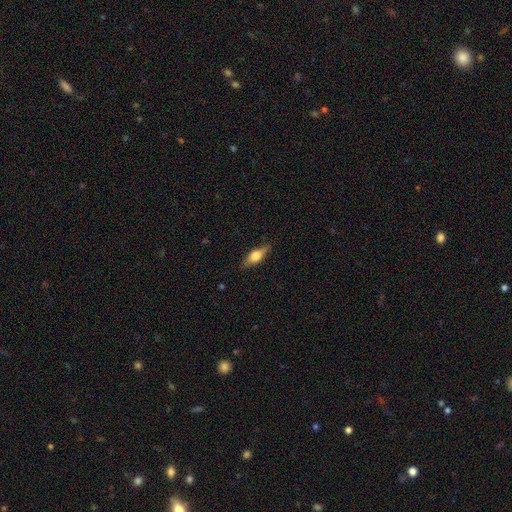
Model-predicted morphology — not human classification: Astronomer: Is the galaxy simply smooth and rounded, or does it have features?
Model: smooth — 53% (runner-up: featured or disk, 40%).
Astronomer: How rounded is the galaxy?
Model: in between — 59% (runner-up: cigar-shaped, 37%).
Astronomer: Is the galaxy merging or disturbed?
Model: none — 85%.